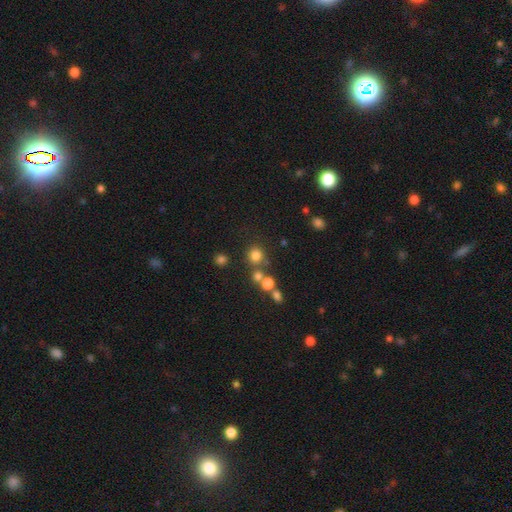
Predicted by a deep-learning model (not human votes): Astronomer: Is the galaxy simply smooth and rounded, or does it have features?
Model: smooth — 75%.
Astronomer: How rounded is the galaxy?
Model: round — 89%.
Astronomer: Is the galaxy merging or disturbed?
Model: none — 68%.